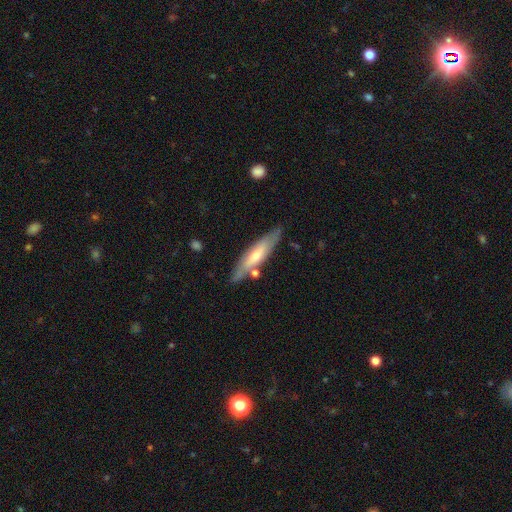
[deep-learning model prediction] This appears to be a featured or disk galaxy (47%, tied with smooth). Merging: none (76%).